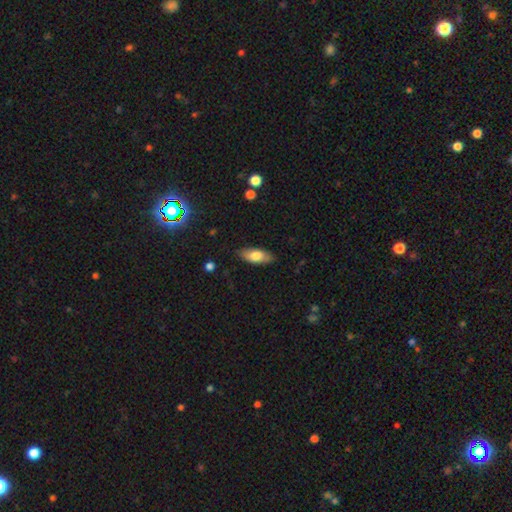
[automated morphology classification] smooth-or-featured: smooth: 74% | featured or disk: 20% | star or artifact: 6%
  how-rounded: in between: 81% | cigar-shaped: 16% | round: 2%
  merging: none: 86% | minor disturbance: 11% | major disturbance: 2% | merger: 1%